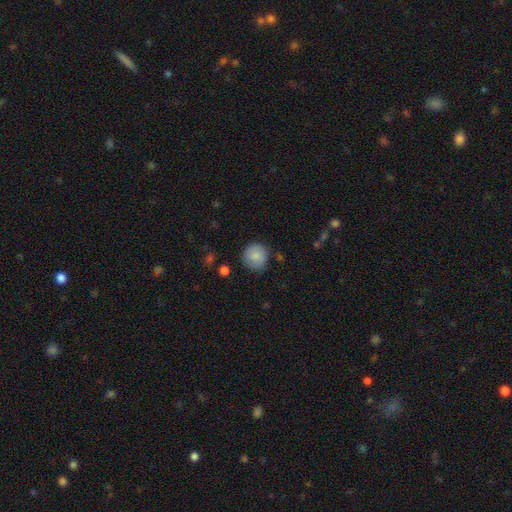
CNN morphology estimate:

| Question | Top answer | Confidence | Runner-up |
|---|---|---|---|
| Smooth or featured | smooth | 85% | featured or disk (8%) |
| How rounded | round | 92% | in between (7%) |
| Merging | none | 81% | minor disturbance (14%) |